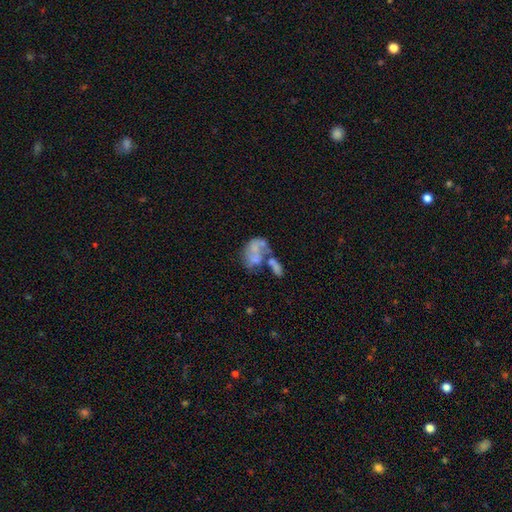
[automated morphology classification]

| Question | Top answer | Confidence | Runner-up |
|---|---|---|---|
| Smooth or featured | featured or disk | 50% | smooth (37%) |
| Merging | merger | 48% | major disturbance (23%) |